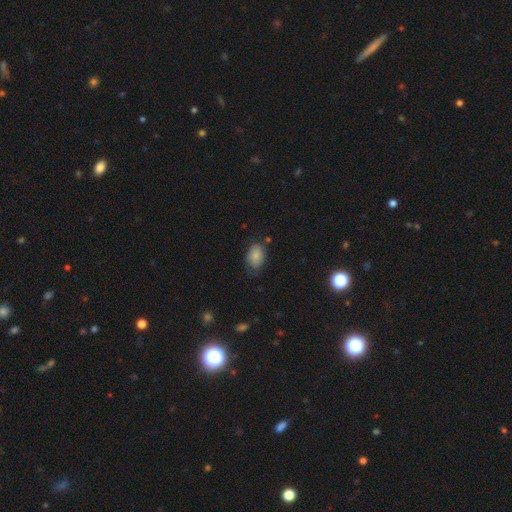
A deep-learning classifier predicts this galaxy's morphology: Q: Smooth or featured?
A: smooth (82%); runner-up: featured or disk (10%)
Q: How rounded?
A: in between (88%); runner-up: round (10%)
Q: Merging?
A: none (67%); runner-up: minor disturbance (25%)